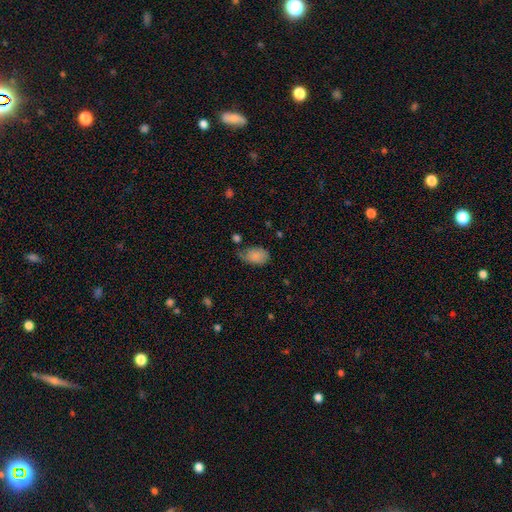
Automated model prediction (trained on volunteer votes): smooth-or-featured: smooth: 83% | featured or disk: 10% | star or artifact: 8%
  how-rounded: in between: 87% | round: 12% | cigar-shaped: 1%
  merging: none: 45% | minor disturbance: 37% | major disturbance: 13% | merger: 5%